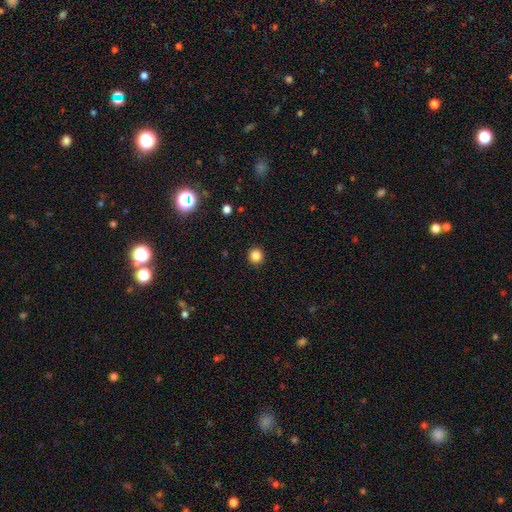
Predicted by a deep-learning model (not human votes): A smooth galaxy with no disk features (85%) that is round (93%).

Vote fractions:
- Smooth or featured? smooth: 85% / star or artifact: 11% / featured or disk: 4%
- How rounded? round: 93% / in between: 6% / cigar-shaped: 1%
- Merging? none: 92% / minor disturbance: 5% / major disturbance: 2% / merger: 1%